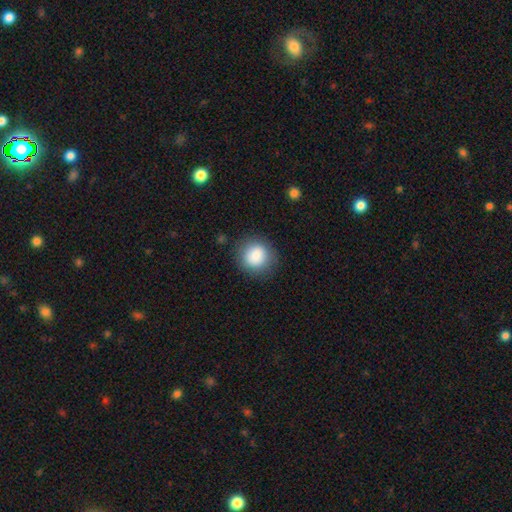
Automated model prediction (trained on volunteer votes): A smooth galaxy with no disk features (85%) that is round (88%).

Vote fractions:
- Smooth or featured? smooth: 85% / star or artifact: 8% / featured or disk: 7%
- How rounded? round: 88% / in between: 11% / cigar-shaped: 1%
- Merging? none: 85% / minor disturbance: 10% / major disturbance: 4% / merger: 1%